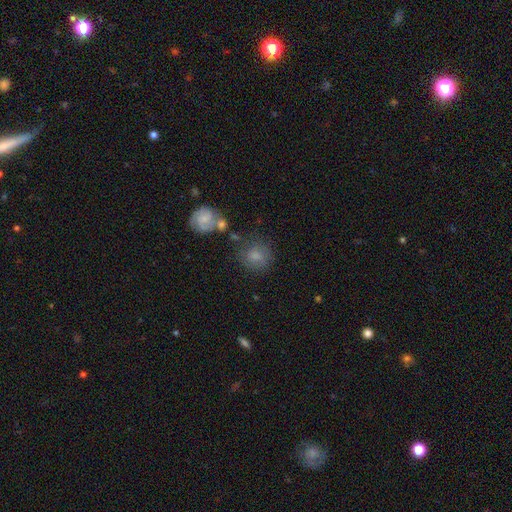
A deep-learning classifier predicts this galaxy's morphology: Overall: smooth (74%). How rounded: round (79%). Merging: none (66%).